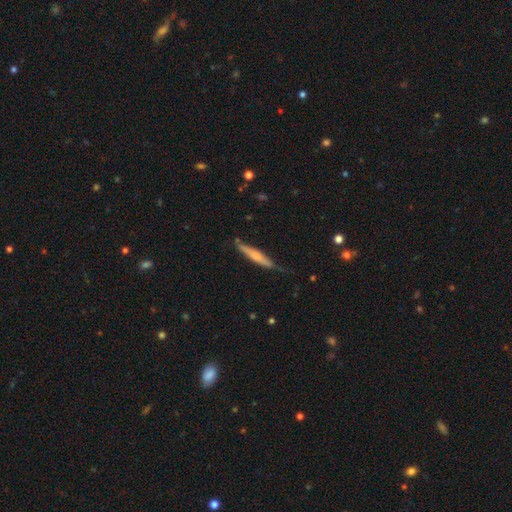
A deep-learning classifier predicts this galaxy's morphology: Q: Smooth or featured?
A: smooth (50%); runner-up: featured or disk (44%)
Q: How rounded?
A: cigar-shaped (93%); runner-up: in between (6%)
Q: Merging?
A: none (71%); runner-up: minor disturbance (22%)